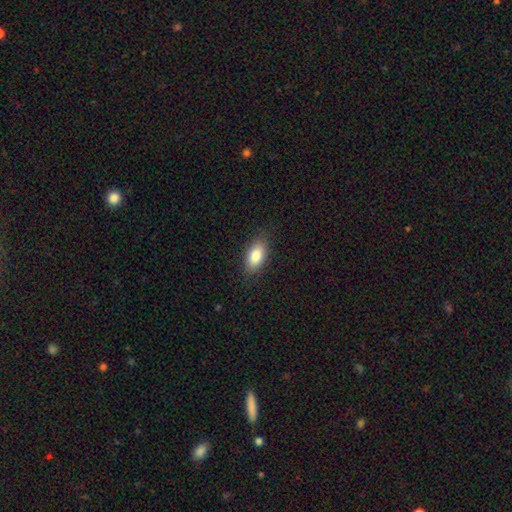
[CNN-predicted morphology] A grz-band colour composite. It shows a smooth galaxy with no disk features (84%) that is in between round and cigar-shaped (91%). Merging: none (84%).